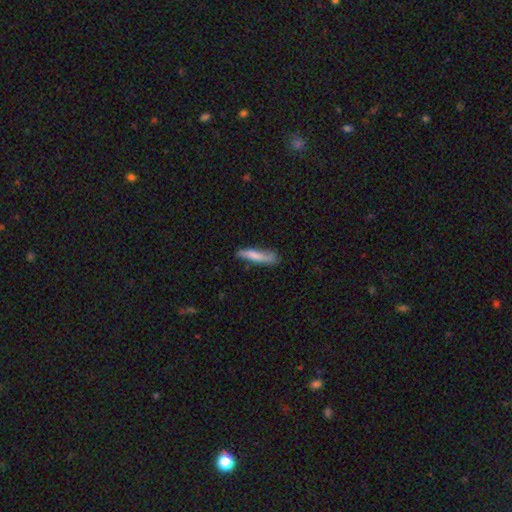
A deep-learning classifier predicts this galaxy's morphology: This appears to be a smooth galaxy with no disk features (63%) that is cigar-shaped (86%). Merging: none (67%).